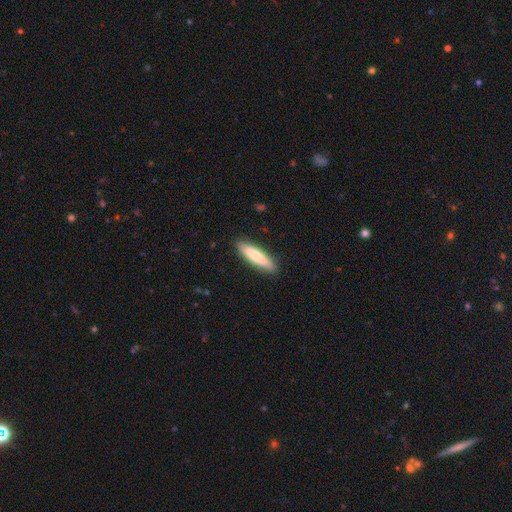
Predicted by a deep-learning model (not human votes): Smooth or featured? Predicted: smooth (p=0.75). How rounded? Predicted: cigar-shaped (p=0.78). Merging? Predicted: none (p=0.89).